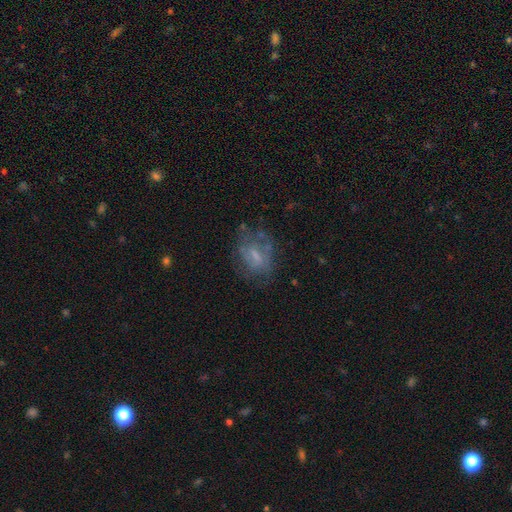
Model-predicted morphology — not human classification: Smooth or featured? Predicted: featured or disk (p=0.50). Edge-on disk? Predicted: no (p=0.96). Merging? Predicted: none (p=0.54).